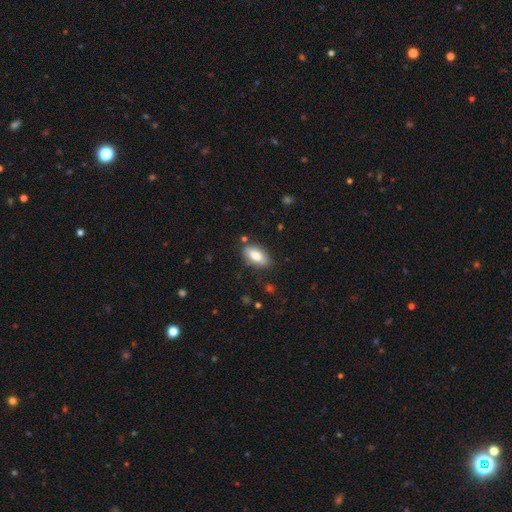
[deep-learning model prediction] A smooth galaxy with no disk features (81%) that is in between round and cigar-shaped (90%). Merging: none (81%).